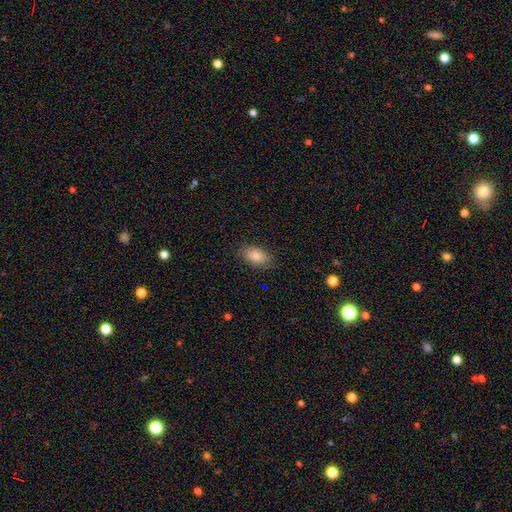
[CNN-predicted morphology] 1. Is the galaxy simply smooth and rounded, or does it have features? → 84% smooth, 8% star or artifact, 7% featured or disk.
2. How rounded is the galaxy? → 90% in between, 7% round, 2% cigar-shaped.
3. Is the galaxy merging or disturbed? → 85% none, 11% minor disturbance, 3% major disturbance, 1% merger.